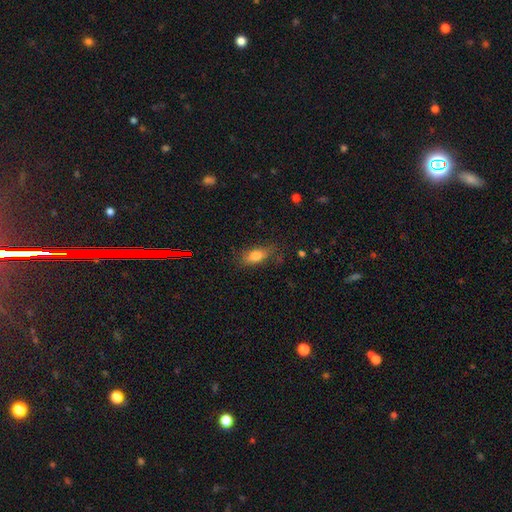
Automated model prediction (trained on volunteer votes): smooth-or-featured: smooth: 77% | featured or disk: 14% | star or artifact: 9%
  how-rounded: in between: 78% | cigar-shaped: 17% | round: 6%
  merging: none: 72% | minor disturbance: 20% | major disturbance: 6% | merger: 2%